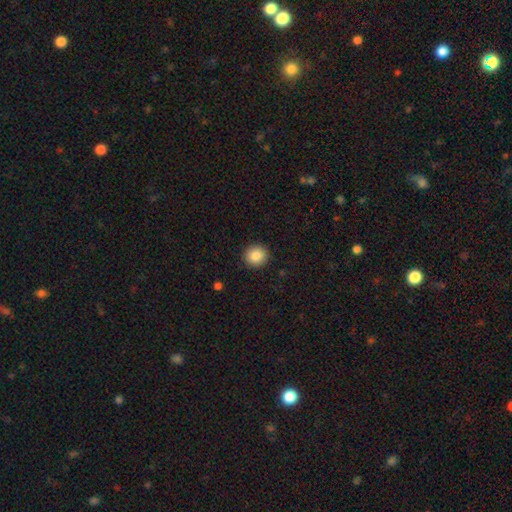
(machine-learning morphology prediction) Smooth or featured? Predicted: smooth (p=0.85). How rounded? Predicted: round (p=0.91). Merging? Predicted: none (p=0.92).